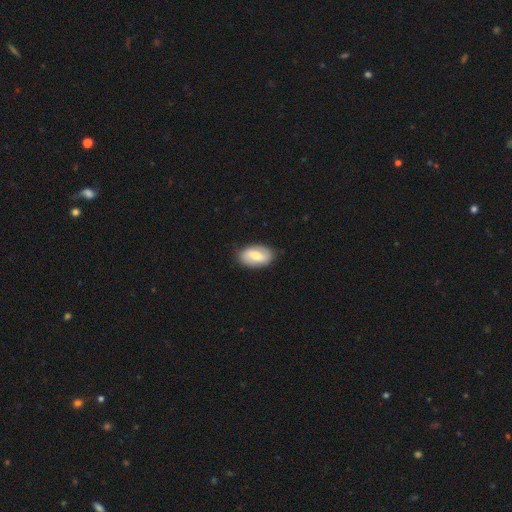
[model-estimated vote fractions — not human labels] Smooth or featured: smooth — 58% (featured or disk — 36%)
How rounded: in between — 93% (round — 5%)
Merging: none — 86% (minor disturbance — 11%)